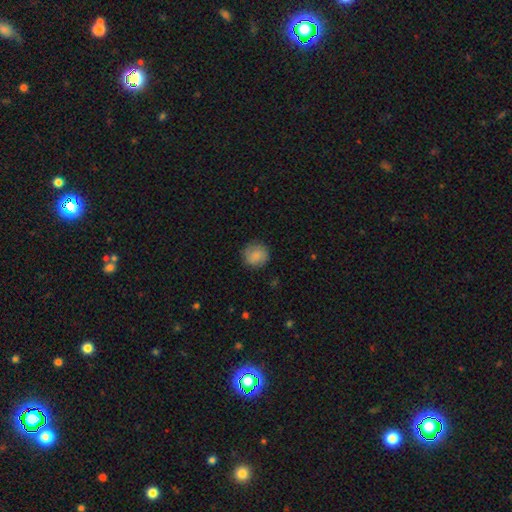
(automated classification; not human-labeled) Overall: smooth (83%). How rounded: round (89%). Merging: none (84%).